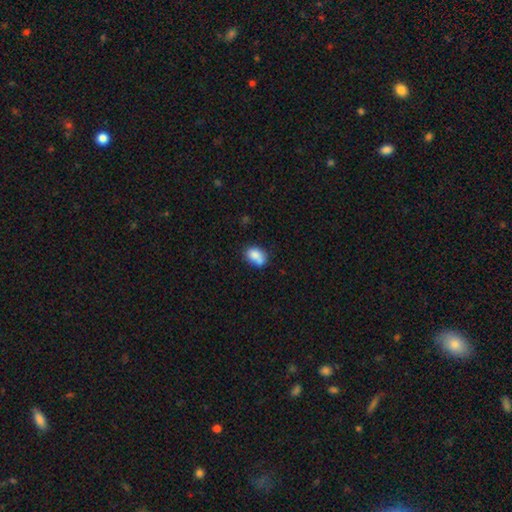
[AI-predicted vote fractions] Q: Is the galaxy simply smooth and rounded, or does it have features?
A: smooth — 81%.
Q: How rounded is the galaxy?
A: in between — 74%.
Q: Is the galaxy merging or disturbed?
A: none — 47%.